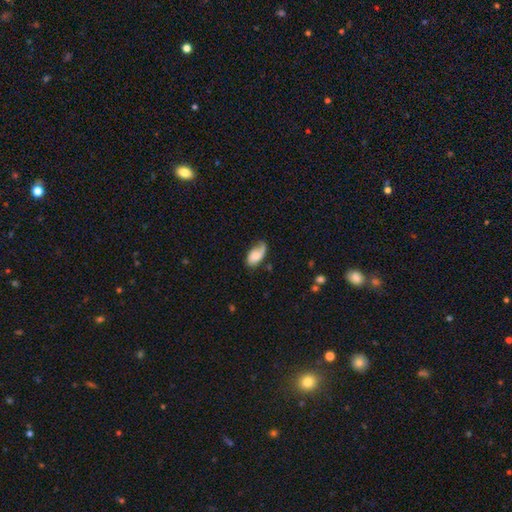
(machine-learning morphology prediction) Overall: smooth (60%; featured or disk 32%). How rounded: in between (92%). Merging: none (47%; minor disturbance 32%).